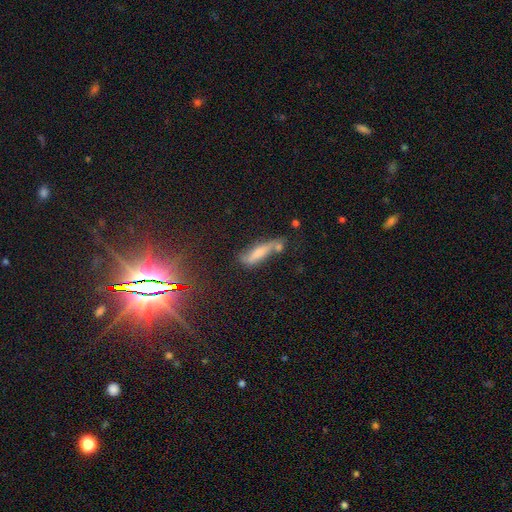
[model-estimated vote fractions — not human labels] This appears to be a star or artifact, not a galaxy (38%).